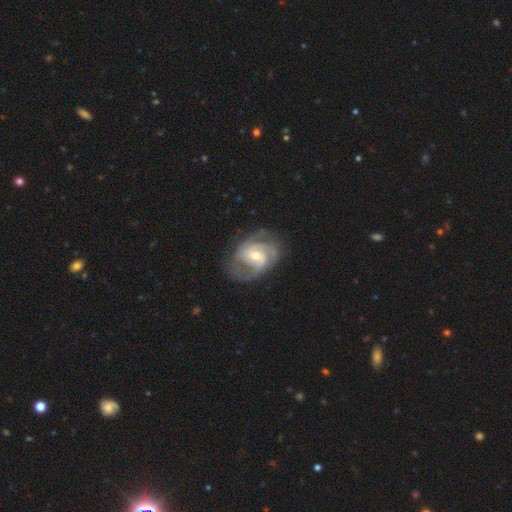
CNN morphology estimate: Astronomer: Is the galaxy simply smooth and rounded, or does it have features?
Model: featured or disk — 84%.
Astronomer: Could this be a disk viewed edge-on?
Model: no — 97%.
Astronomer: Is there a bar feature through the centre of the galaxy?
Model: no — 51% (runner-up: weak, 39%).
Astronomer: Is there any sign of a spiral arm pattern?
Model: yes — 95%.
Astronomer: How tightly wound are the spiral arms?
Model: medium — 46% (runner-up: tight, 41%).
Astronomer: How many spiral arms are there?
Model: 2 — 43% (runner-up: 3, 28%).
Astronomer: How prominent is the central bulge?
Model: moderate — 54% (runner-up: small, 41%).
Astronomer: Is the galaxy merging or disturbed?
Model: none — 66%.